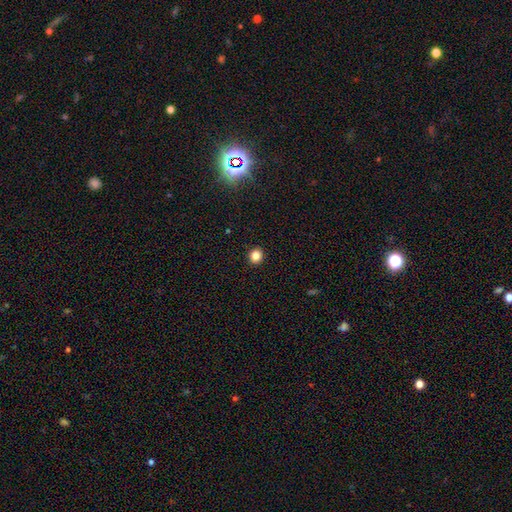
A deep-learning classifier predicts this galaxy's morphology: This is clearly a smooth galaxy (84%). How rounded: clearly round (80%). Merging: clearly none (93%).